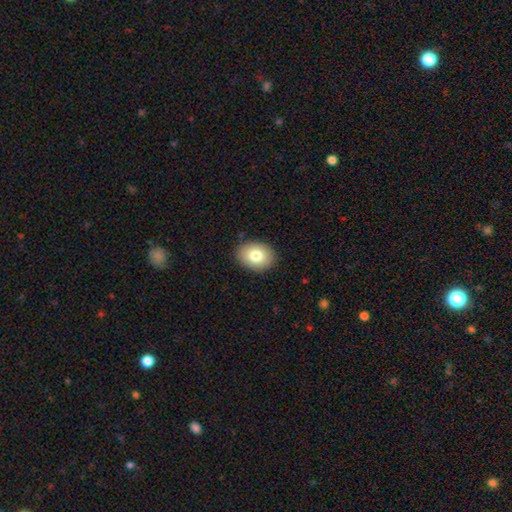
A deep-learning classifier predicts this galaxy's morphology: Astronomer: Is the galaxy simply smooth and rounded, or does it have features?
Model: smooth — 80%.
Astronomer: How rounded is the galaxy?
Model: in between — 71%.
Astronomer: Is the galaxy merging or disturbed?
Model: none — 88%.